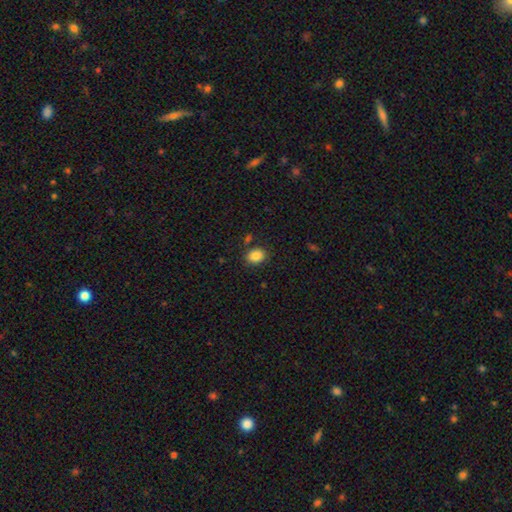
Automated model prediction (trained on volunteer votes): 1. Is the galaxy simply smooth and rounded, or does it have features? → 87% smooth, 9% star or artifact, 4% featured or disk.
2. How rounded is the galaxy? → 56% in between, 43% round, 1% cigar-shaped.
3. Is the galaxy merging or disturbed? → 82% none, 10% minor disturbance, 5% merger, 3% major disturbance.